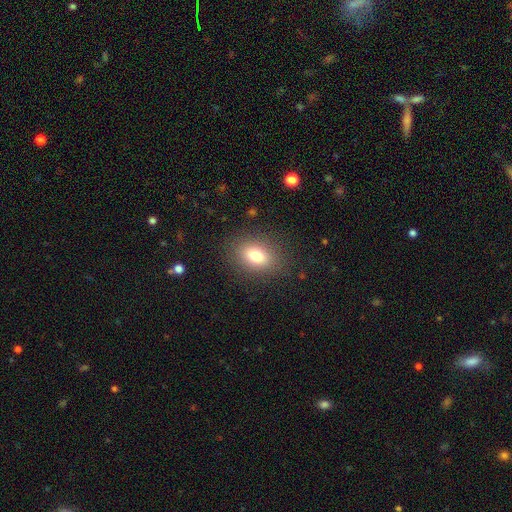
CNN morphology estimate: smooth_or_featured: smooth (p=0.77) [alt: featured or disk p=0.12]
how_rounded: in between (p=0.72) [alt: round p=0.26]
merging: none (p=0.85) [alt: minor disturbance p=0.10]